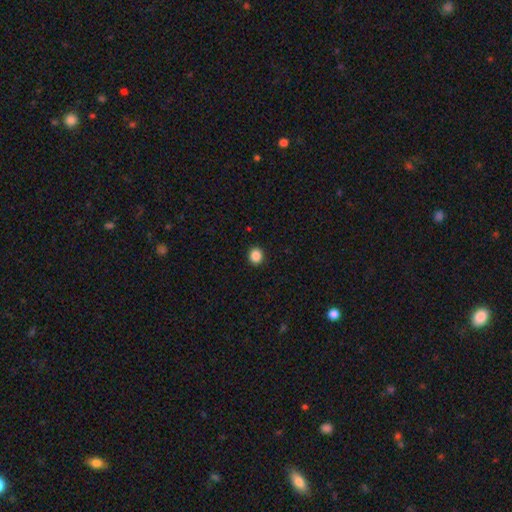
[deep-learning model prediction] Smooth or featured? Predicted: smooth (p=0.87). How rounded? Predicted: round (p=0.86). Merging? Predicted: none (p=0.92).